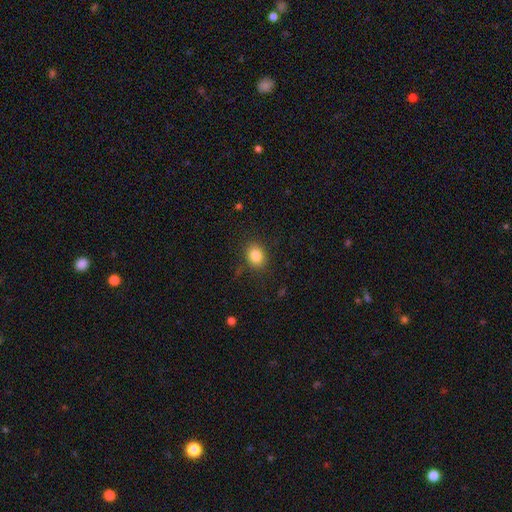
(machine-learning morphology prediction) Smooth or featured? Predicted: smooth (p=0.84). How rounded? Predicted: in between (p=0.53). Merging? Predicted: none (p=0.85).